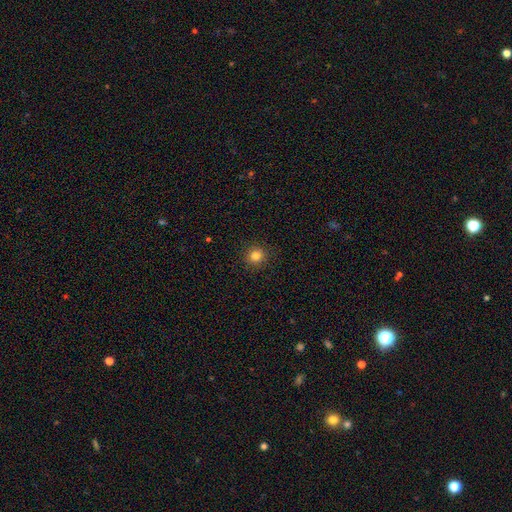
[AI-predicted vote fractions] Morphology: type=smooth (82%); roundness=round (92%); merging=none (91%).